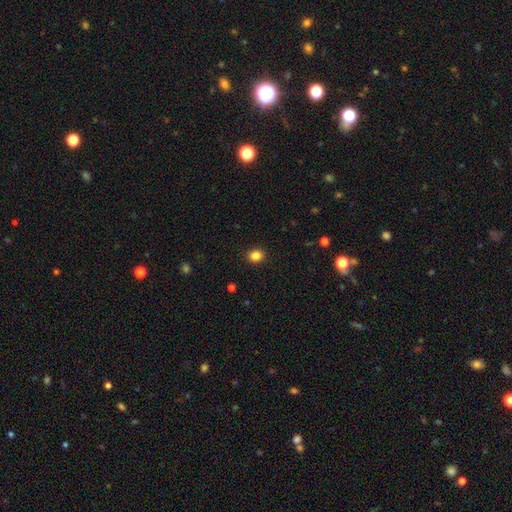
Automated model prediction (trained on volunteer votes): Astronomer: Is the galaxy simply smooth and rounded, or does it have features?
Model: smooth — 85%.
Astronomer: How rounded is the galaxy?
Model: round — 69%.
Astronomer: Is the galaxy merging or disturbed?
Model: none — 91%.